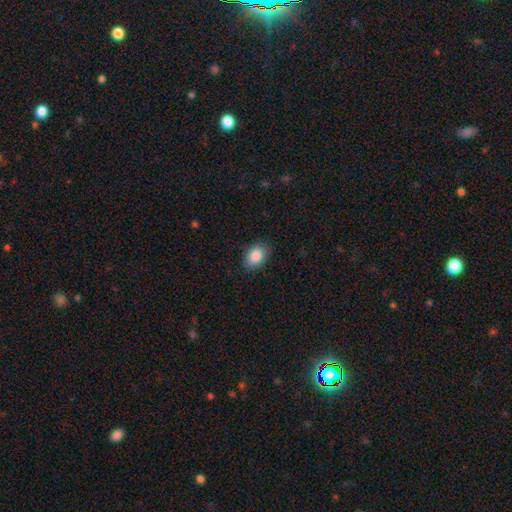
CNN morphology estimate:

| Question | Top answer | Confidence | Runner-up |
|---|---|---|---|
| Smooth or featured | smooth | 88% | star or artifact (7%) |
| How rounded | in between | 82% | round (16%) |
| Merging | none | 86% | minor disturbance (11%) |